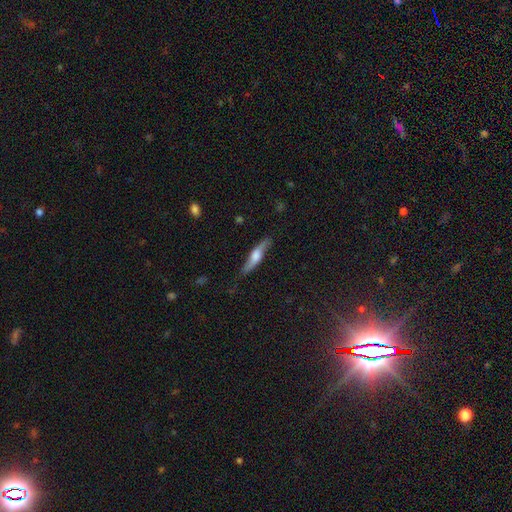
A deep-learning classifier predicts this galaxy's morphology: Smooth or featured?
  - featured or disk: 55% *
  - smooth: 39%
  - star or artifact: 6%
Edge-on disk?
  - yes: 79% *
  - no: 21%
Merging?
  - none: 78% *
  - minor disturbance: 17%
  - major disturbance: 4%
  - merger: 2%